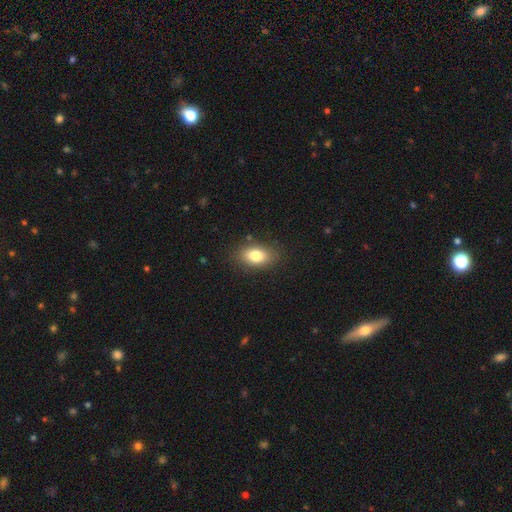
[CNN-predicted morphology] type=smooth (81%); roundness=in between (87%); merging=none (84%).